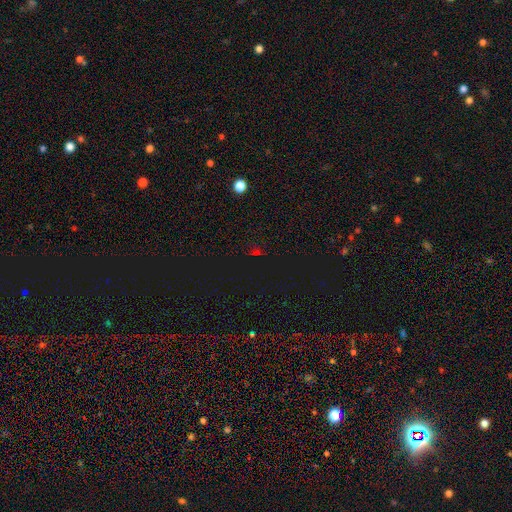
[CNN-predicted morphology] A star or artifact, not a galaxy (69%).

Vote fractions:
- Smooth or featured? star or artifact: 69% / smooth: 23% / featured or disk: 8%